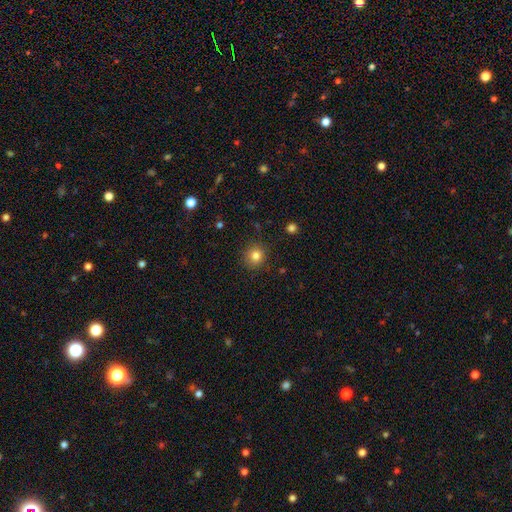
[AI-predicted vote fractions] Morphology: type=smooth (82%); roundness=round (91%); merging=none (89%).